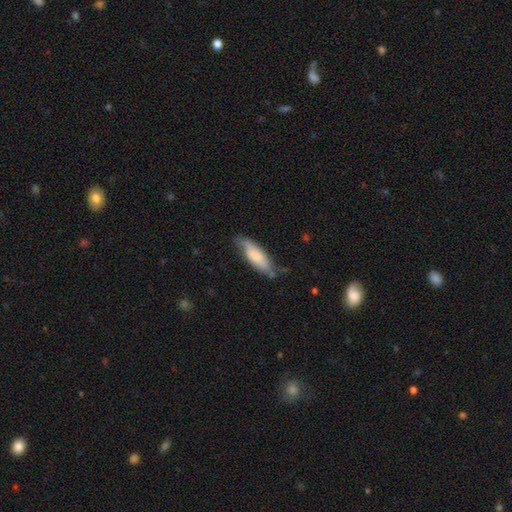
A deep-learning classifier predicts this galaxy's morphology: type=smooth (70%); roundness=in between (56%); merging=none (55%).